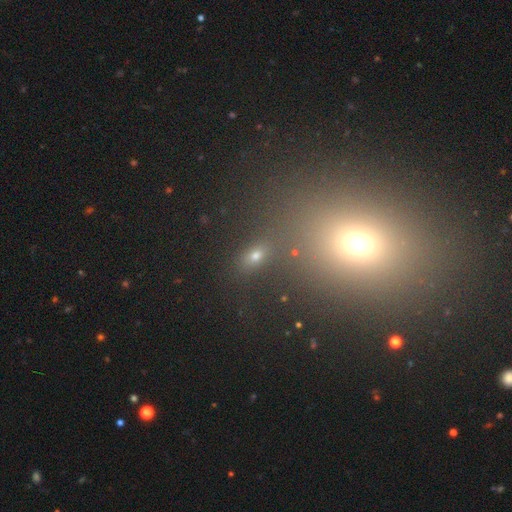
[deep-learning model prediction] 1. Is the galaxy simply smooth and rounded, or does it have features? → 63% smooth, 26% star or artifact, 11% featured or disk.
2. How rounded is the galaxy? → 76% in between, 17% round, 7% cigar-shaped.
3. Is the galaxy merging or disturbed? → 77% none, 11% minor disturbance, 7% merger, 5% major disturbance.